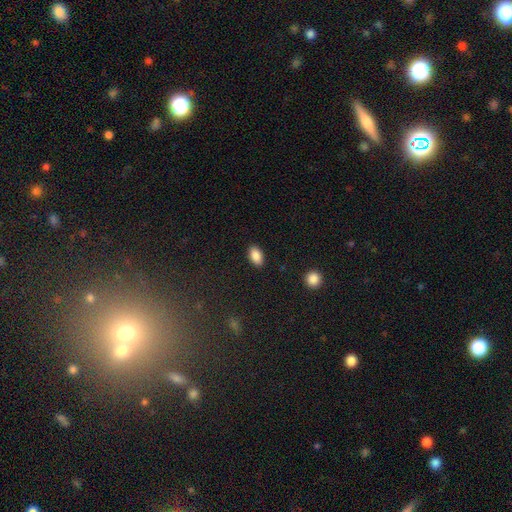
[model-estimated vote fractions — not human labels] This appears to be a smooth galaxy with no disk features (88%) that is in between round and cigar-shaped (92%). Merging: none (89%).